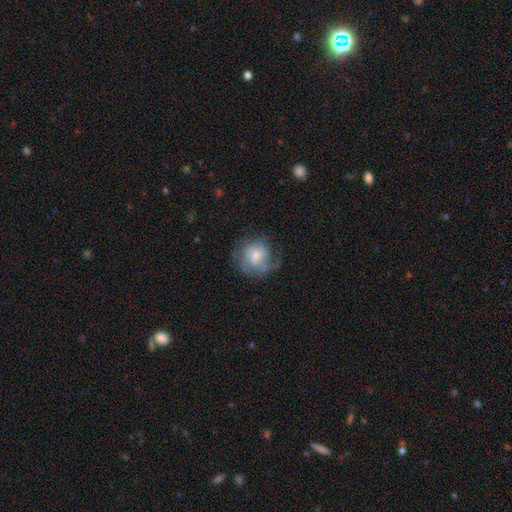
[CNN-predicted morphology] This is possibly a featured or disk galaxy (47%). Merging: possibly none (51%).